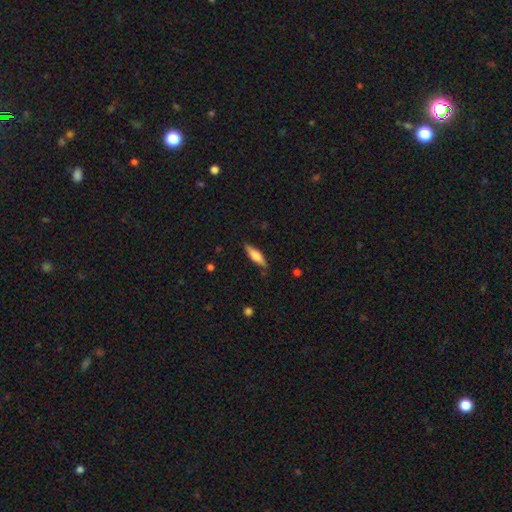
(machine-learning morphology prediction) Overall: smooth (59%; featured or disk 35%). How rounded: cigar-shaped (63%; in between 35%). Merging: none (84%).